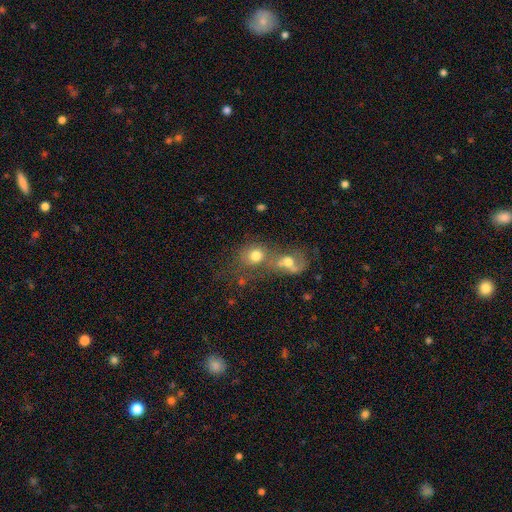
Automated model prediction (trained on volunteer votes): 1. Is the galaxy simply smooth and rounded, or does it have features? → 71% smooth, 17% featured or disk, 12% star or artifact.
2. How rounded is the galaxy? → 70% round, 28% in between, 1% cigar-shaped.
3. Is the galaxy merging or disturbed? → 56% merger, 29% none, 8% minor disturbance, 8% major disturbance.